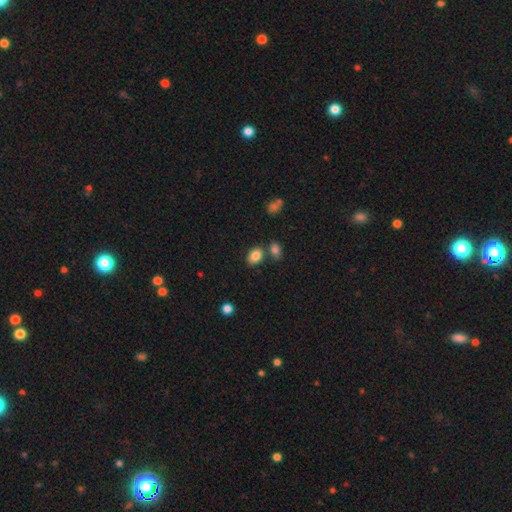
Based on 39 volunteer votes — Overall: smooth (82%). How rounded: in between (69%; round 31%). Merging: none (62%).